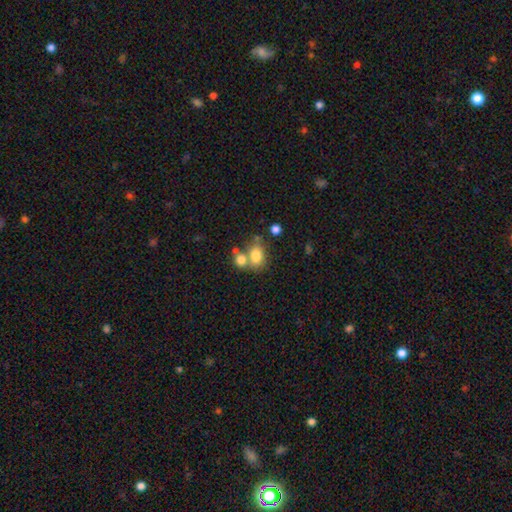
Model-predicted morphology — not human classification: Smooth or featured? Predicted: smooth (p=0.78). How rounded? Predicted: in between (p=0.56). Merging? Predicted: none (p=0.43).